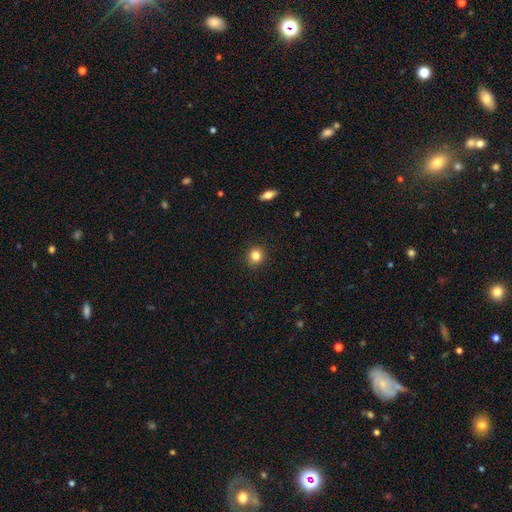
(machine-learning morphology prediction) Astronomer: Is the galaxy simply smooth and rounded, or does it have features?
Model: smooth — 83%.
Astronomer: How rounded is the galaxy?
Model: round — 89%.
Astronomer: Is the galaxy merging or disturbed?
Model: none — 91%.